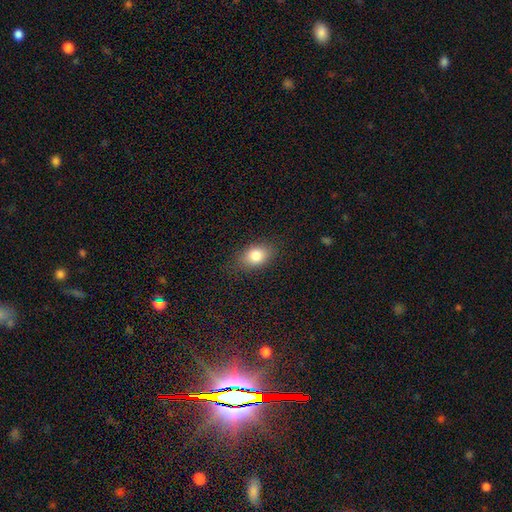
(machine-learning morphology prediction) smooth_or_featured: smooth (p=0.82) [alt: featured or disk p=0.09]
how_rounded: in between (p=0.80) [alt: round p=0.18]
merging: none (p=0.83) [alt: minor disturbance p=0.13]